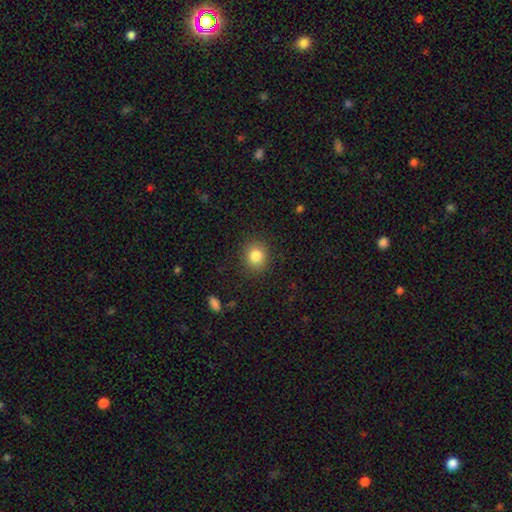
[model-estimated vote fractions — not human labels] The model was most divided on "how rounded": round: 79%, in between: 21%, cigar-shaped: 1%. More confident: merging — none (88%); smooth or featured — smooth (84%).